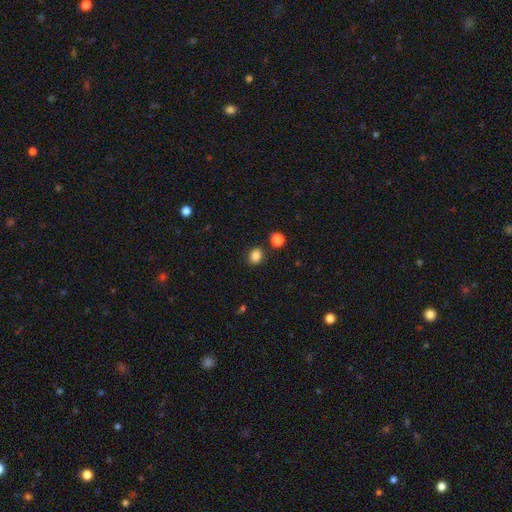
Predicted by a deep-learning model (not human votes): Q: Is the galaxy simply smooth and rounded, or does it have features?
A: smooth — 85%.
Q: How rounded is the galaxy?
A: round — 59%.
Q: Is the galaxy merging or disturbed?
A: none — 84%.